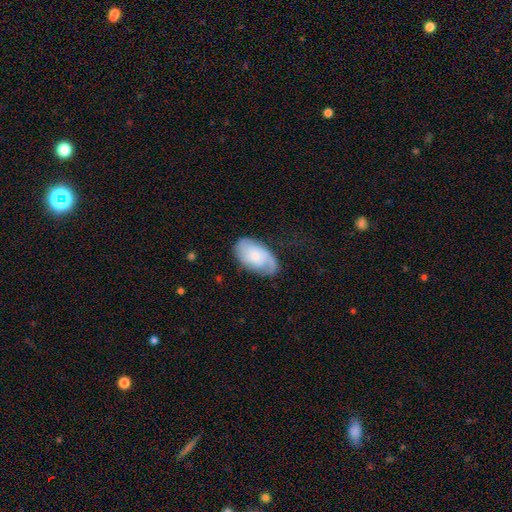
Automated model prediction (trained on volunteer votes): Smooth or featured? Predicted: featured or disk (p=0.53). Edge-on disk? Predicted: no (p=0.95). Bar? Predicted: no (p=0.73). Spiral arms? Predicted: yes (p=0.86). Bulge size? Predicted: small (p=0.60). Merging? Predicted: none (p=0.68).